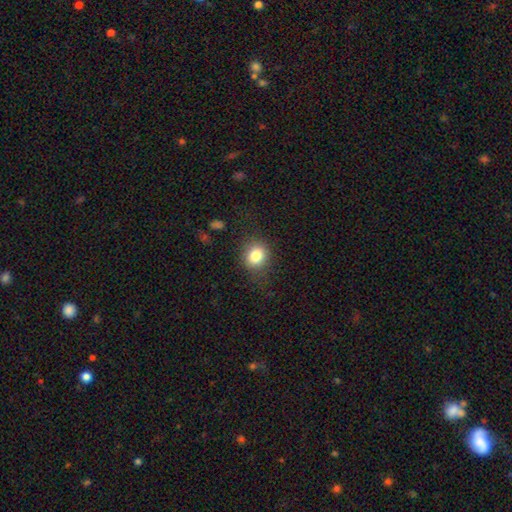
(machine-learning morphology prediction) Smooth or featured? smooth (82%)
How rounded? round (70%)
Merging? none (78%)